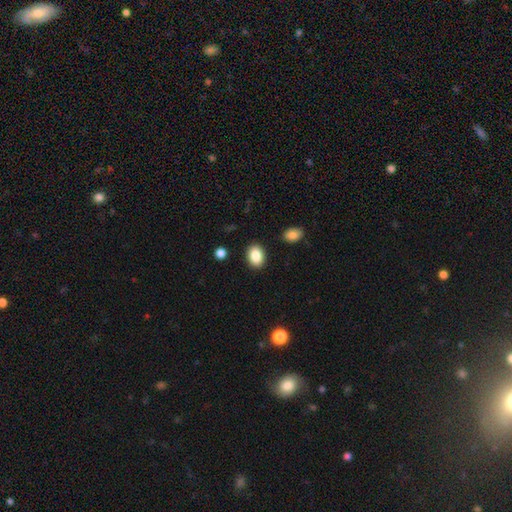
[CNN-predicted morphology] This appears to be a smooth galaxy with no disk features (88%) that is in between round and cigar-shaped (75%). Merging: none (88%).